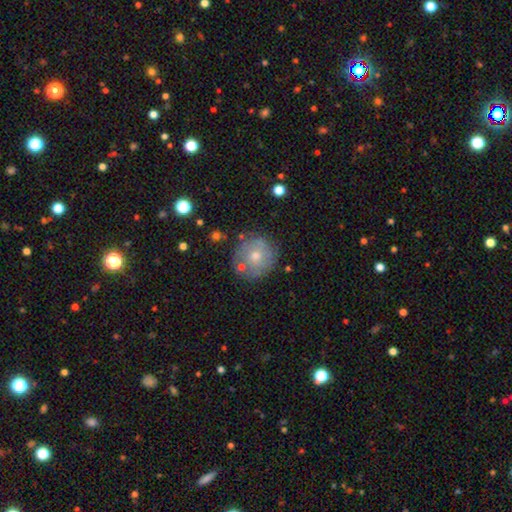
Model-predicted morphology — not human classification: This appears to be a smooth galaxy with no disk features (52%) that is round (92%). Merging: none (77%).